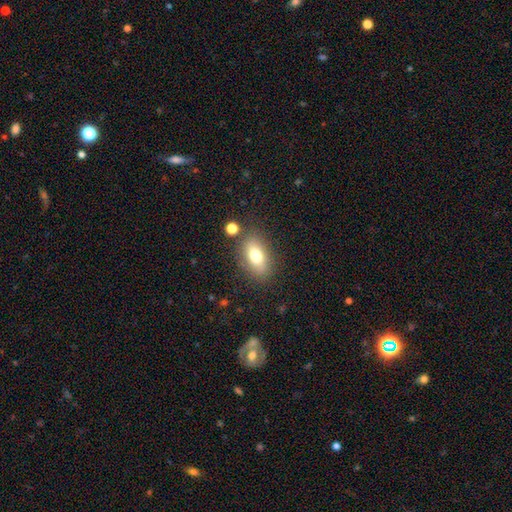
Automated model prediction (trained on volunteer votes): Smooth or featured? smooth (74%)
How rounded? in between (85%)
Merging? none (80%)